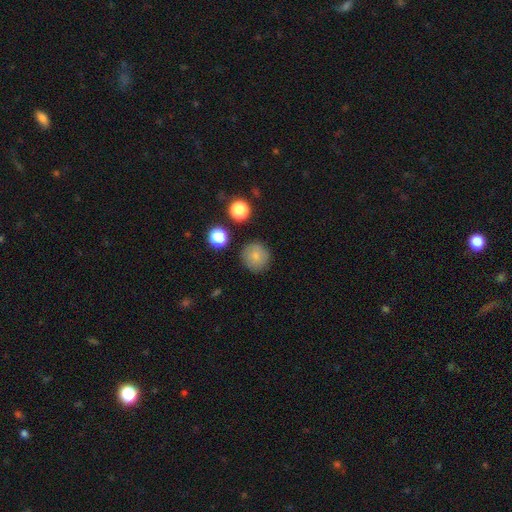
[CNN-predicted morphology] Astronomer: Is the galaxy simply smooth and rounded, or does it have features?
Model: smooth — 79%.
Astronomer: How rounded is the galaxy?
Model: round — 94%.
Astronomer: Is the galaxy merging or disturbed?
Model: none — 87%.